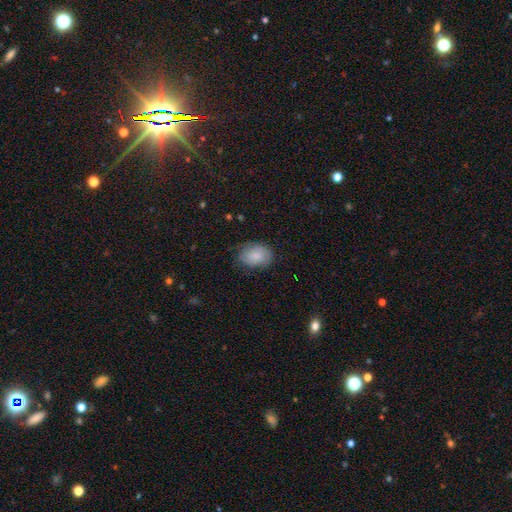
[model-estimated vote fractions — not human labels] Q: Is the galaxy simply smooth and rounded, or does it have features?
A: smooth — 76%.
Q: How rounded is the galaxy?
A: in between — 75%.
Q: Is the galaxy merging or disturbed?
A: none — 69%.